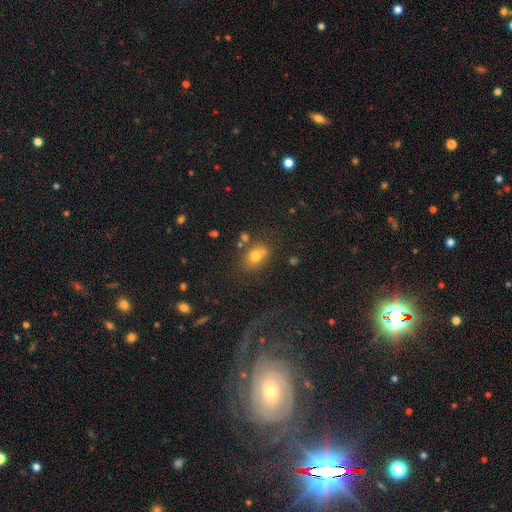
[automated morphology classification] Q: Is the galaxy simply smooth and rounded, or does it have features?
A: smooth — 72%.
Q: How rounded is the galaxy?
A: in between — 62%.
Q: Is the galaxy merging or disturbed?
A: none — 58%.